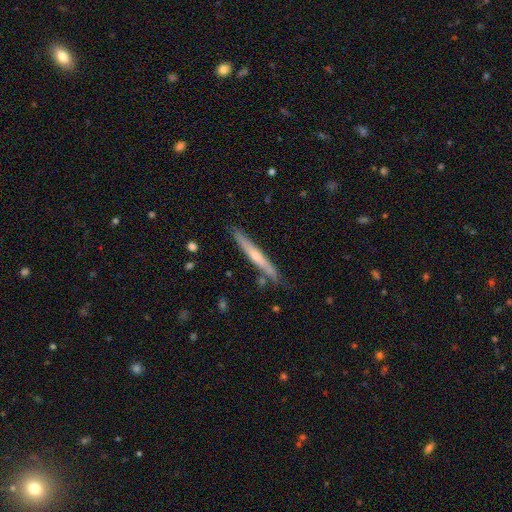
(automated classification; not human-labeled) Smooth or featured? Predicted: featured or disk (p=0.55). Edge-on disk? Predicted: yes (p=0.95). Edge-on bulge? Predicted: rounded (p=0.61). Merging? Predicted: none (p=0.83).